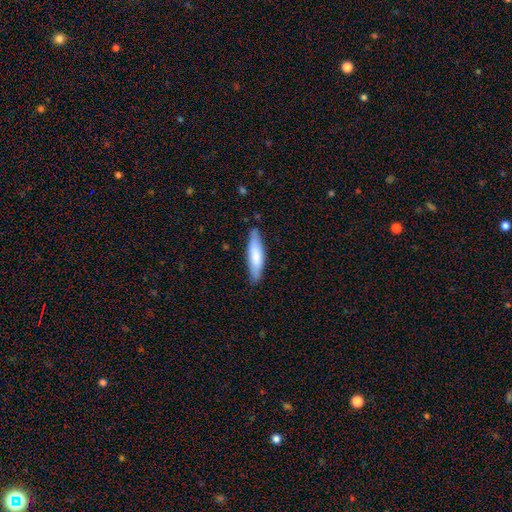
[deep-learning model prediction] Smooth or featured?
  - smooth: 74% *
  - featured or disk: 21%
  - star or artifact: 5%
How rounded?
  - cigar-shaped: 72% *
  - in between: 26%
  - round: 1%
Merging?
  - none: 84% *
  - minor disturbance: 12%
  - major disturbance: 2%
  - merger: 1%